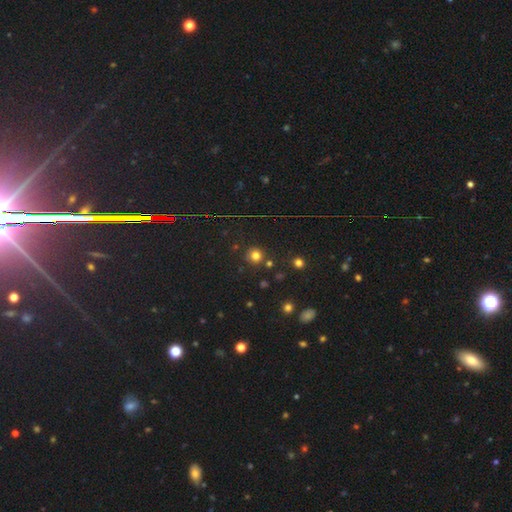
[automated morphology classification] This is likely a smooth galaxy (74%). How rounded: clearly round (90%). Merging: clearly none (83%).